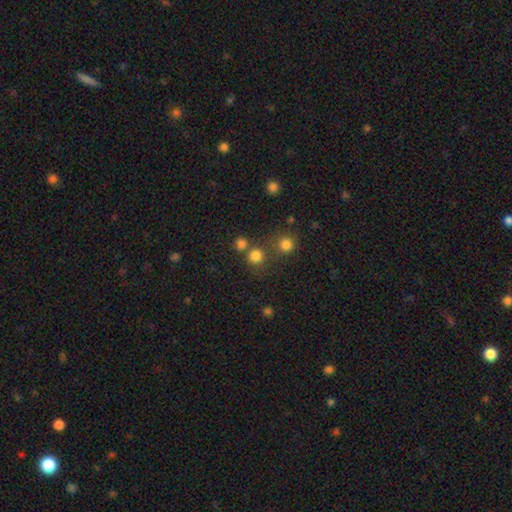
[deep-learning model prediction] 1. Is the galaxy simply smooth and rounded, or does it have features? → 79% smooth, 16% star or artifact, 5% featured or disk.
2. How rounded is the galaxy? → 91% round, 8% in between, 1% cigar-shaped.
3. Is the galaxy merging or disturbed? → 67% none, 22% merger, 7% minor disturbance, 4% major disturbance.